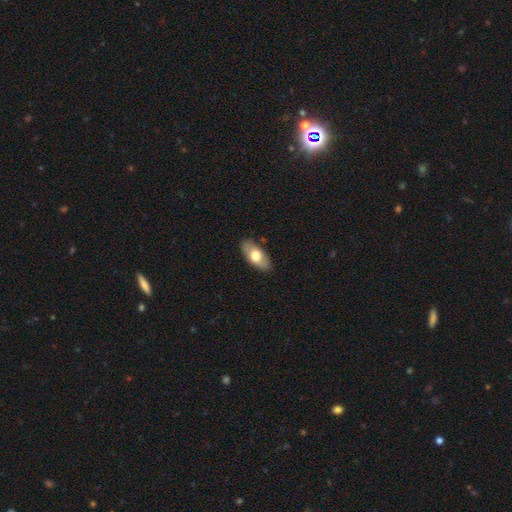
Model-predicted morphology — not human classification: The model was most divided on "smooth or featured": smooth: 67%, featured or disk: 27%, star or artifact: 6%. More confident: how rounded — in between (90%); merging — none (87%).